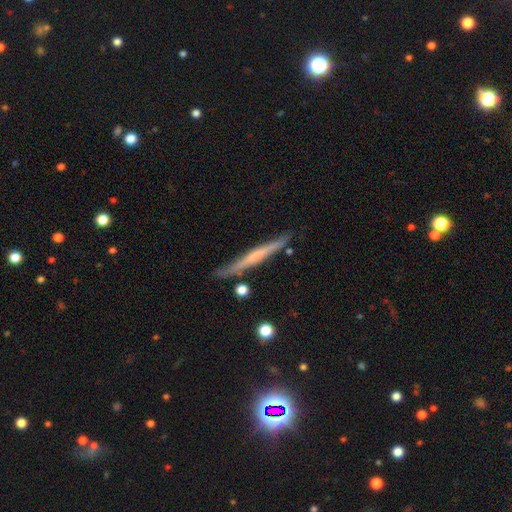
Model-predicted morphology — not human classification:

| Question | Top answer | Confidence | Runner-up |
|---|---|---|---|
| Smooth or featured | featured or disk | 58% | smooth (36%) |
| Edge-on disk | yes | 97% | no (3%) |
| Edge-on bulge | none | 65% | rounded (25%) |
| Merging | none | 84% | minor disturbance (11%) |